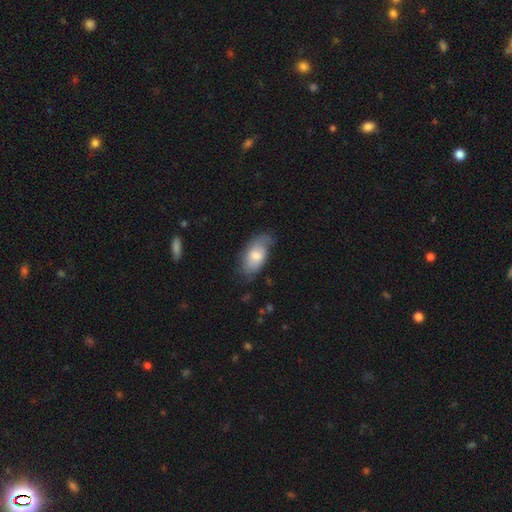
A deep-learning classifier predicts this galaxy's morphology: smooth-or-featured: smooth: 69% | featured or disk: 24% | star or artifact: 6%
  how-rounded: in between: 93% | round: 4% | cigar-shaped: 3%
  merging: none: 57% | minor disturbance: 31% | major disturbance: 10% | merger: 2%